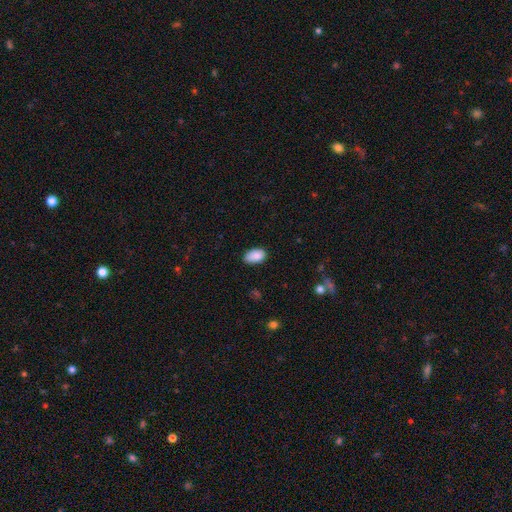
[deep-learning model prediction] Morphology: type=smooth (88%); roundness=in between (93%); merging=none (77%).